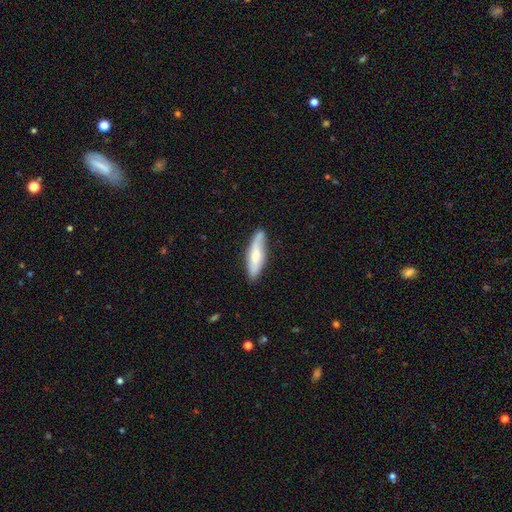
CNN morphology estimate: smooth 60%, featured or disk 34%, star or artifact 6%. Down the decision tree: how rounded — cigar-shaped (64%); merging — none (76%).